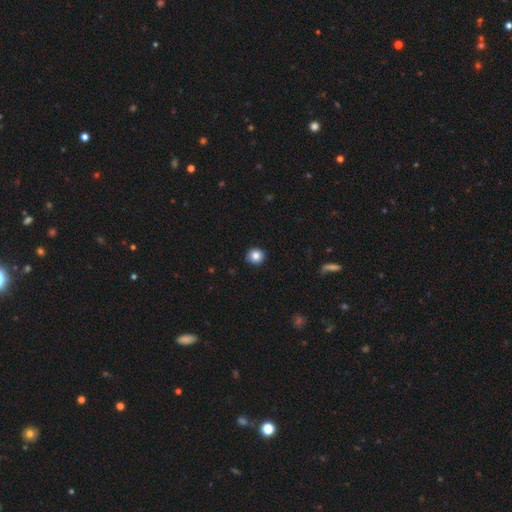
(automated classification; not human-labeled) smooth-or-featured: smooth: 83% | star or artifact: 9% | featured or disk: 7%
  how-rounded: round: 90% | in between: 9% | cigar-shaped: 1%
  merging: none: 90% | minor disturbance: 7% | major disturbance: 2% | merger: 1%